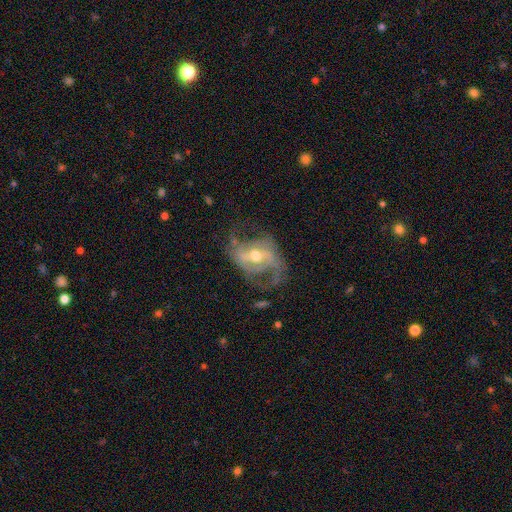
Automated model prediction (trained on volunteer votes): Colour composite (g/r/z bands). It shows a featured or disk galaxy (85%) with a weak bar (42%), 2 (71%) loose (44%) spiral arms (90%) and a moderate central bulge (63%). Merging: none (52%).